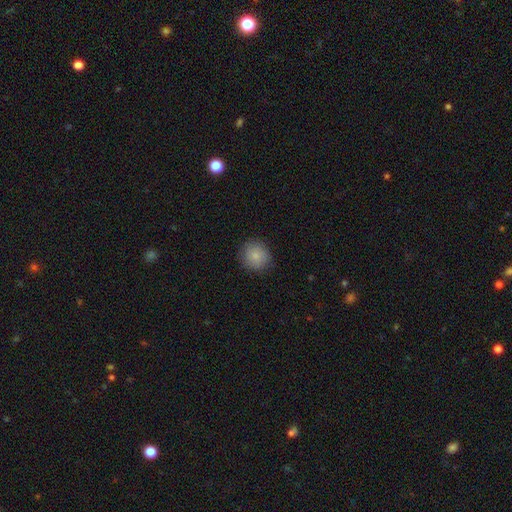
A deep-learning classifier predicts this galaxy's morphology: This appears to be a smooth galaxy with no disk features (85%) that is round (91%). Merging: none (87%).